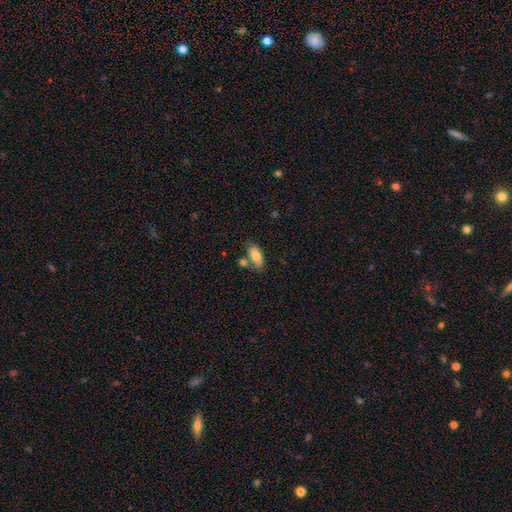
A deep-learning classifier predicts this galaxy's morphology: A smooth galaxy with no disk features (82%) that is in between round and cigar-shaped (87%). Merging: none (62%).